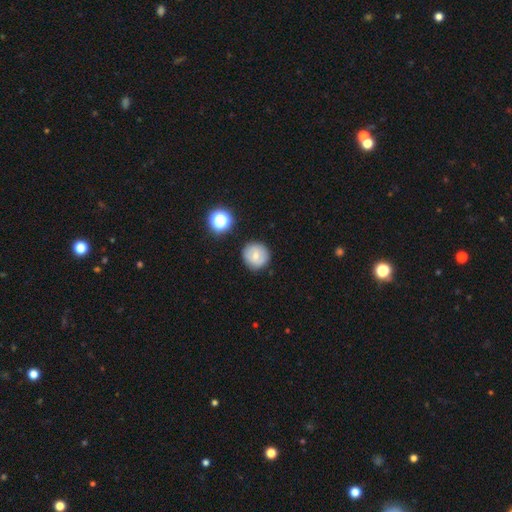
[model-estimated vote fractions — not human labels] This appears to be a smooth galaxy with no disk features (66%) that is round (92%). Merging: none (87%).